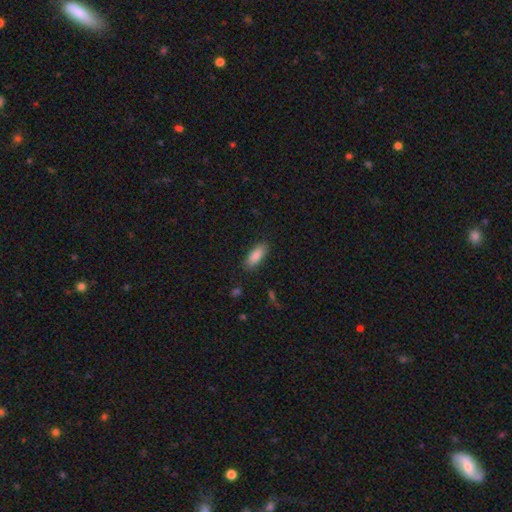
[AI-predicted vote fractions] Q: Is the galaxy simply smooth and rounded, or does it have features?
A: smooth — 88%.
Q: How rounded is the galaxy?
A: in between — 77%.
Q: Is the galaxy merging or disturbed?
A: none — 86%.